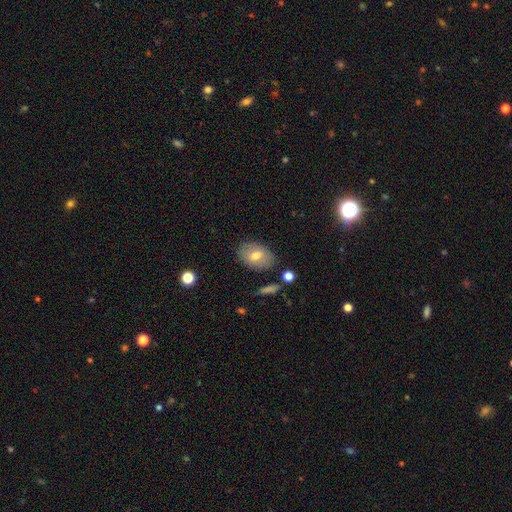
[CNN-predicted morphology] Smooth or featured? Predicted: smooth (p=0.69). How rounded? Predicted: in between (p=0.84). Merging? Predicted: none (p=0.81).